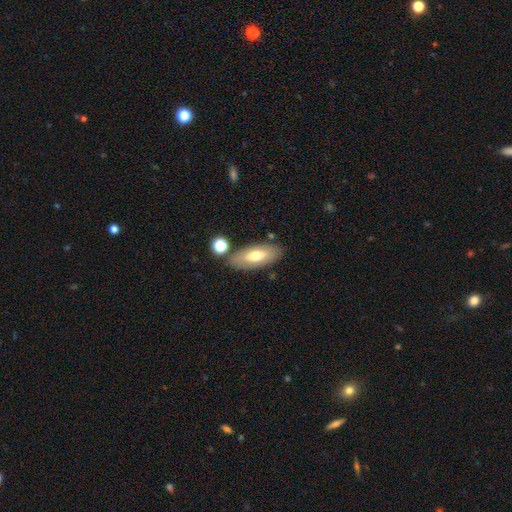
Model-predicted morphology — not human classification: Smooth or featured? Predicted: smooth (p=0.62). How rounded? Predicted: in between (p=0.83). Merging? Predicted: none (p=0.78).